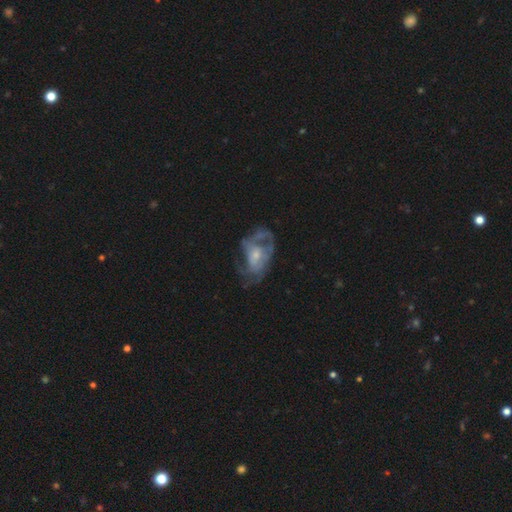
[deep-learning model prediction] This appears to be a featured or disk galaxy (68%) with no bar (72%), spiral arms (55%) and a small central bulge (56%). Merging: major disturbance (40%).